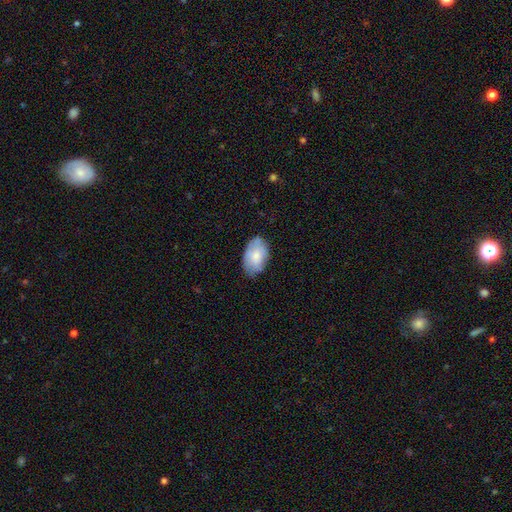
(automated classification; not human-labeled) The model was most divided on "merging": none: 71%, minor disturbance: 23%, major disturbance: 4%, merger: 1%. More confident: how rounded — in between (92%); smooth or featured — smooth (73%).